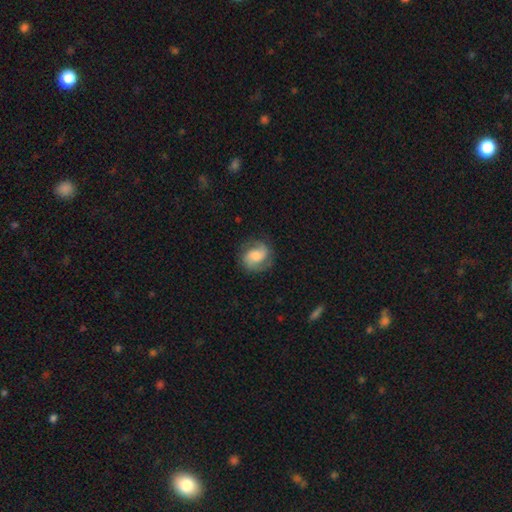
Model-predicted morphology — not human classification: A featured or disk galaxy (69%) with no bar (55%), 2 (85%) medium (49%) spiral arms (95%) and a moderate central bulge (35%). Merging: none (79%).